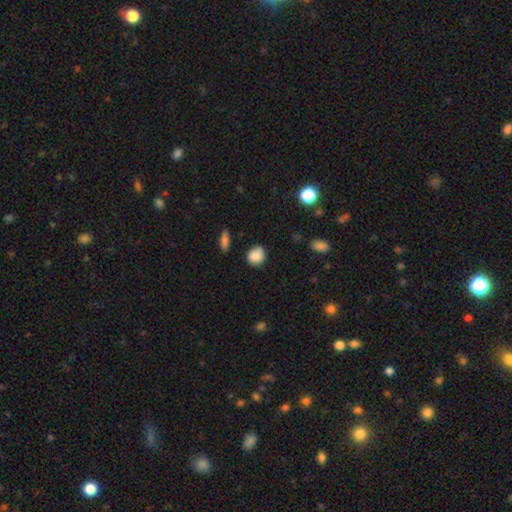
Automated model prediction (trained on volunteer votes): This appears to be a smooth galaxy with no disk features (87%) that is round (73%). Merging: none (77%).